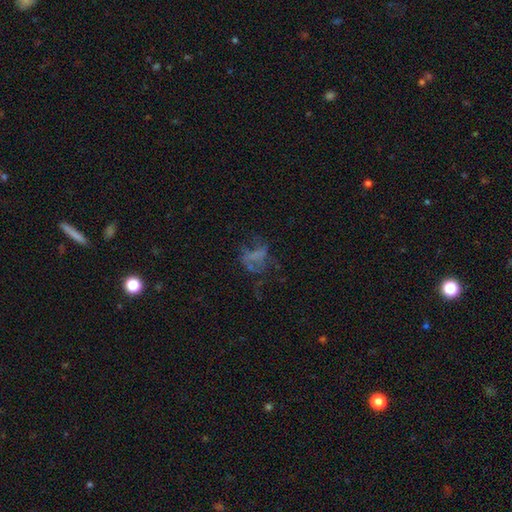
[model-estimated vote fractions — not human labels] Q: Smooth or featured?
A: featured or disk (46%); runner-up: smooth (29%)
Q: Merging?
A: major disturbance (40%); runner-up: none (39%)